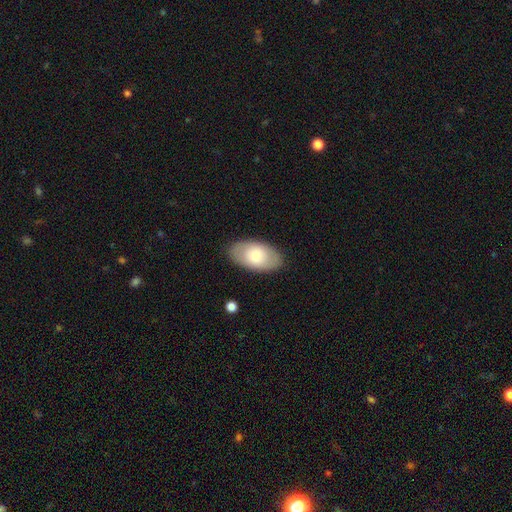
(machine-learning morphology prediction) This appears to be a smooth galaxy with no disk features (72%) that is in between round and cigar-shaped (94%). Merging: none (86%).